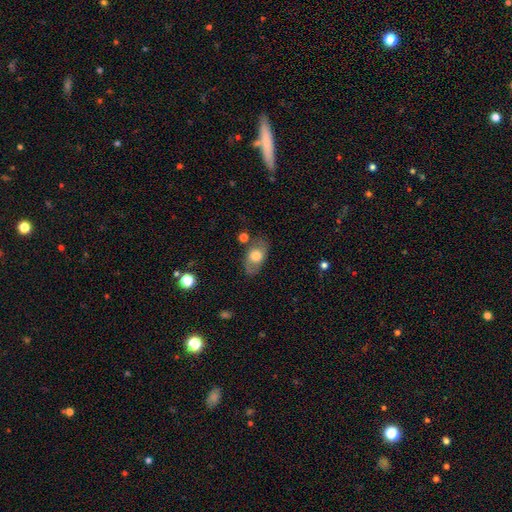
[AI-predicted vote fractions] Smooth or featured: smooth — 65% (featured or disk — 28%)
How rounded: in between — 87% (round — 10%)
Merging: none — 72% (minor disturbance — 18%)